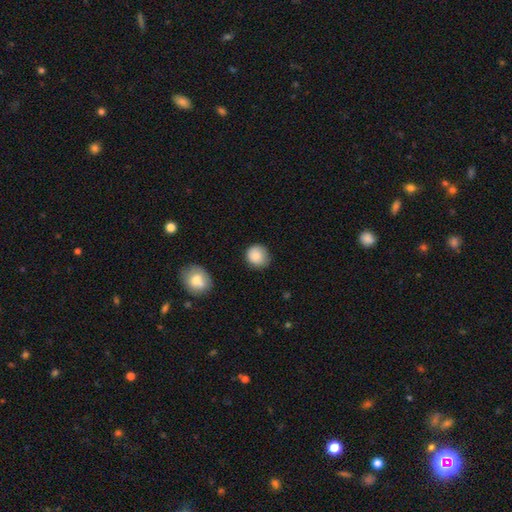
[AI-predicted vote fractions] Overall: smooth (84%). How rounded: round (87%). Merging: none (79%).